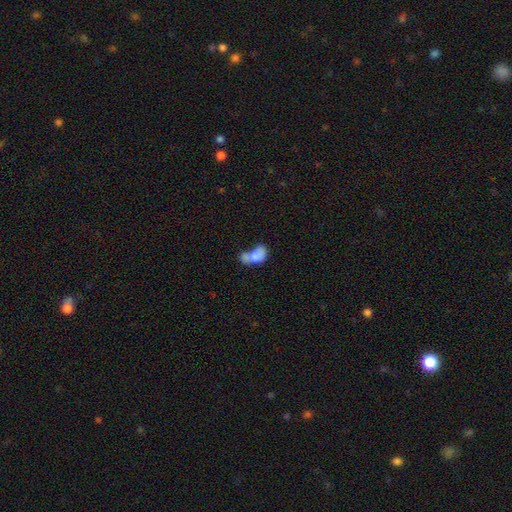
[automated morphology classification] A smooth galaxy with no disk features (70%) that is in between round and cigar-shaped (80%). Merging: merger (66%).